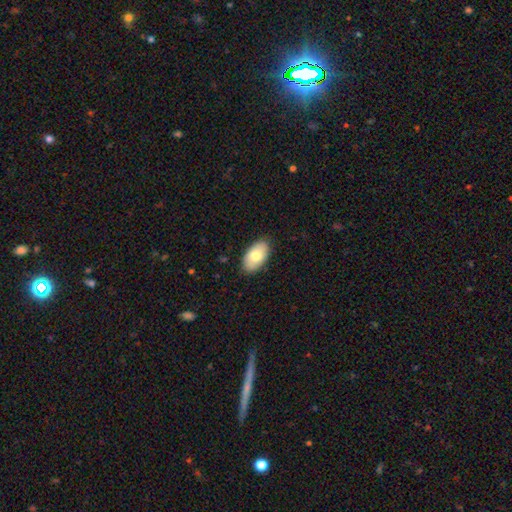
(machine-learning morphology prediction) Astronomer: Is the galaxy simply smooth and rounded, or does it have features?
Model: smooth — 76%.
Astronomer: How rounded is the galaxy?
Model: in between — 95%.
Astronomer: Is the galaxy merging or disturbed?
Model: none — 86%.